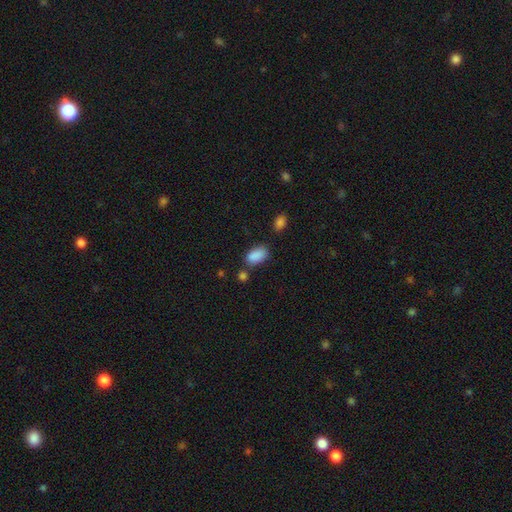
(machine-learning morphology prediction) smooth_or_featured: smooth (p=0.88) [alt: star or artifact p=0.08]
how_rounded: in between (p=0.93) [alt: round p=0.05]
merging: none (p=0.64) [alt: minor disturbance p=0.21]